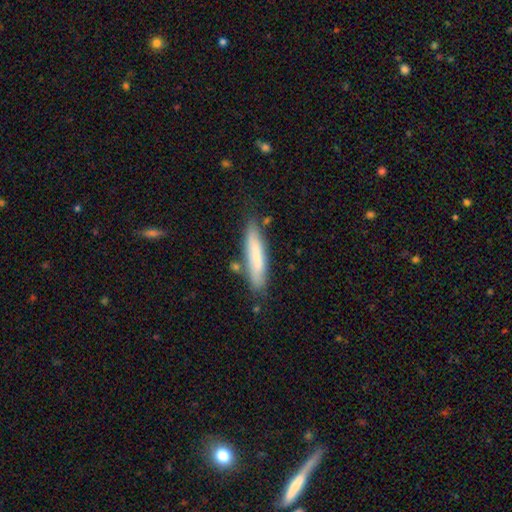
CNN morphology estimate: Smooth or featured? smooth (73%)
How rounded? cigar-shaped (87%)
Merging? none (78%)